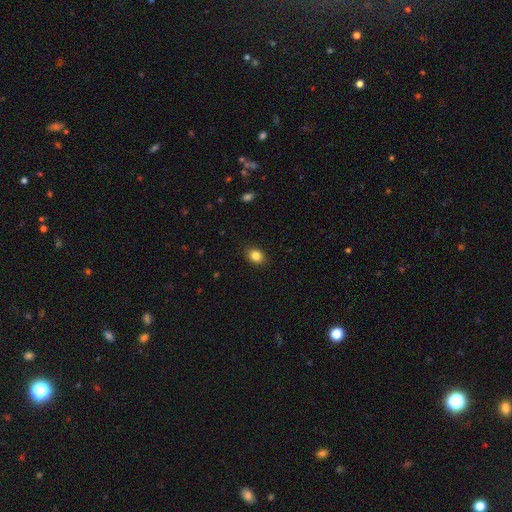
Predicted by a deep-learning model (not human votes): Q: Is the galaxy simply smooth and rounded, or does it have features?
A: smooth — 84%.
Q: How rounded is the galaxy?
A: in between — 59%.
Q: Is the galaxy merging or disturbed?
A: none — 88%.